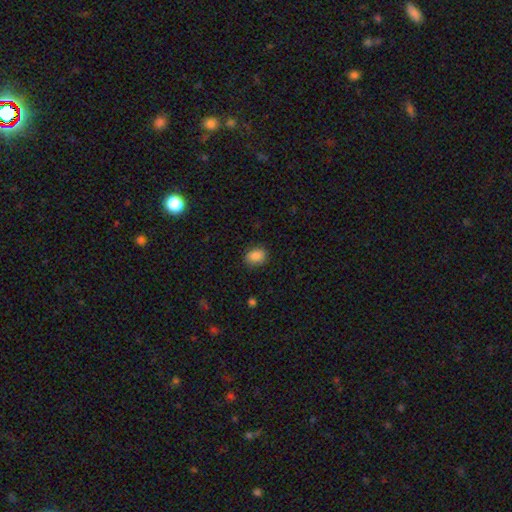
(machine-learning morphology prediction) type=smooth (87%); roundness=in between (58%); merging=none (84%).